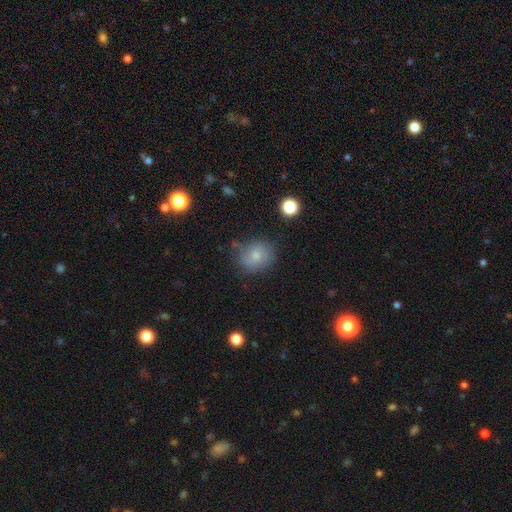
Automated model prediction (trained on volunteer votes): Smooth or featured?
  - smooth: 74% *
  - featured or disk: 16%
  - star or artifact: 10%
How rounded?
  - round: 67% *
  - in between: 32%
  - cigar-shaped: 1%
Merging?
  - none: 67% *
  - minor disturbance: 23%
  - major disturbance: 7%
  - merger: 4%